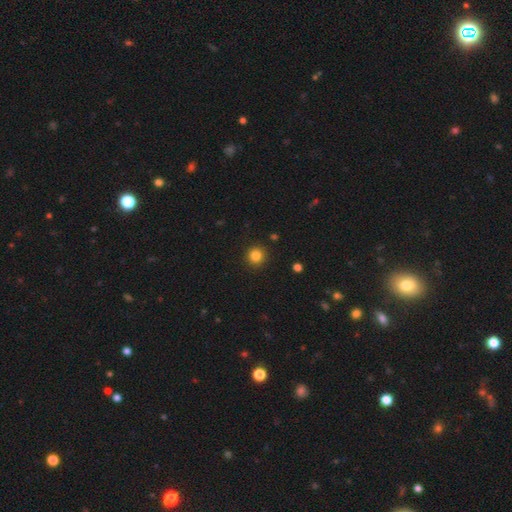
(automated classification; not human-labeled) A smooth galaxy with no disk features (84%) that is round (93%).

Vote fractions:
- Smooth or featured? smooth: 84% / star or artifact: 12% / featured or disk: 5%
- How rounded? round: 93% / in between: 6% / cigar-shaped: 1%
- Merging? none: 91% / minor disturbance: 6% / major disturbance: 2% / merger: 1%